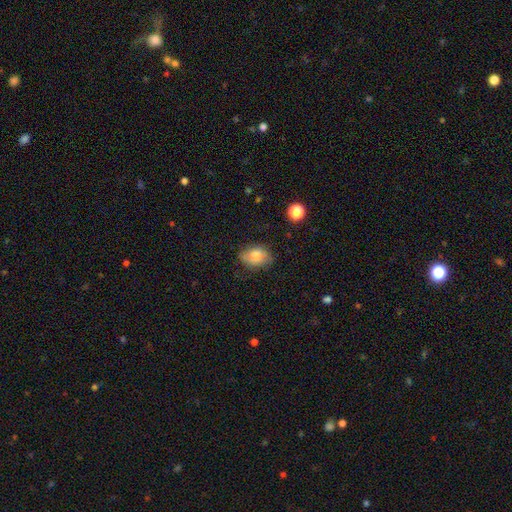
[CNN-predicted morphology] Smooth or featured: smooth — 76% (featured or disk — 16%)
How rounded: in between — 80% (round — 19%)
Merging: none — 70% (minor disturbance — 23%)